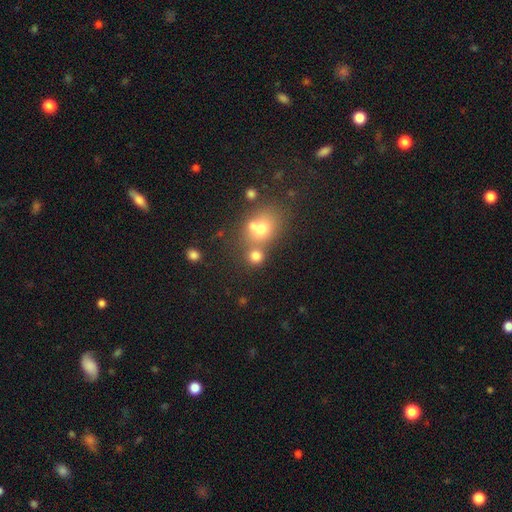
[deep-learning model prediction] The model was most divided on "merging": none: 51%, merger: 36%, minor disturbance: 9%, major disturbance: 5%. More confident: how rounded — round (79%); smooth or featured — smooth (73%).